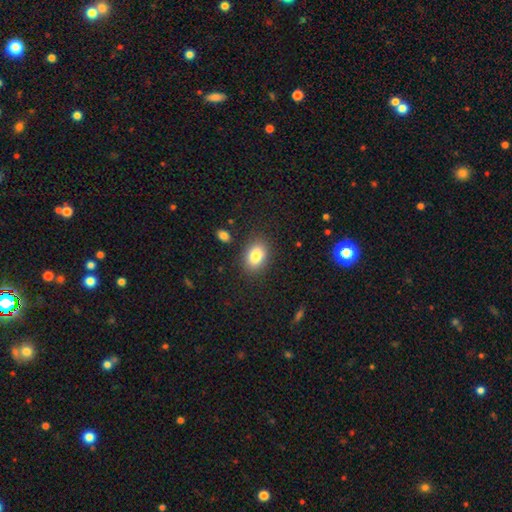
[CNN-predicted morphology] Smooth or featured? smooth (84%)
How rounded? in between (77%)
Merging? none (85%)